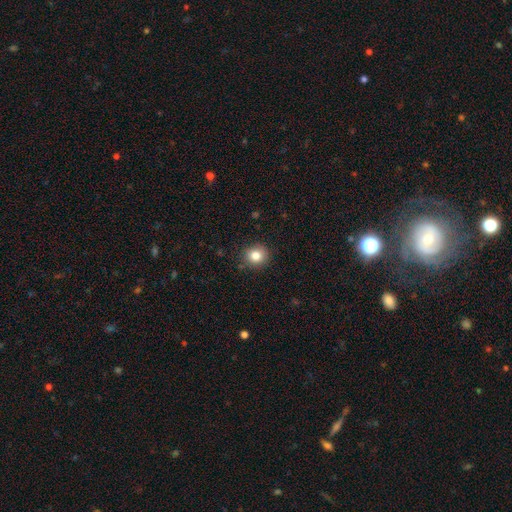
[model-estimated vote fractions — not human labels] A smooth galaxy with no disk features (83%) that is round (86%).

Vote fractions:
- Smooth or featured? smooth: 83% / star or artifact: 11% / featured or disk: 7%
- How rounded? round: 86% / in between: 13% / cigar-shaped: 1%
- Merging? none: 88% / minor disturbance: 9% / major disturbance: 2% / merger: 1%